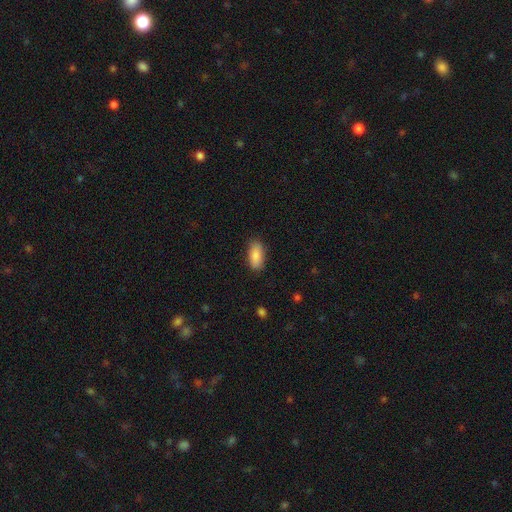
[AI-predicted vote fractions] Morphology: type=smooth (88%); roundness=in between (87%); merging=none (86%).